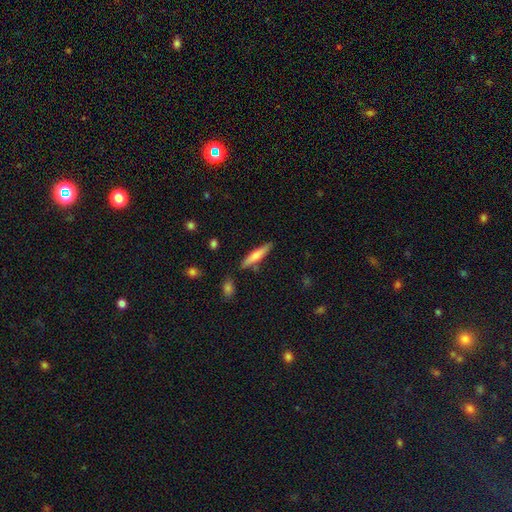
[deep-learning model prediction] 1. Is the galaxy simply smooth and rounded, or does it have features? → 65% smooth, 30% featured or disk, 6% star or artifact.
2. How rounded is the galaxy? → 85% cigar-shaped, 13% in between, 1% round.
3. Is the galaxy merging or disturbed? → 80% none, 13% minor disturbance, 5% merger, 3% major disturbance.